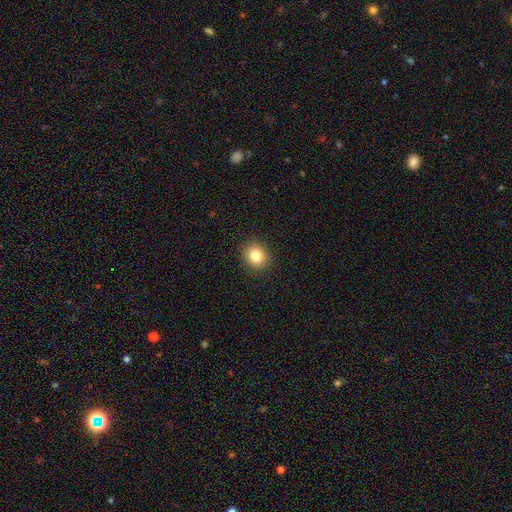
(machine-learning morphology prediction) This is clearly a smooth galaxy (82%). How rounded: likely round (73%). Merging: clearly none (91%).